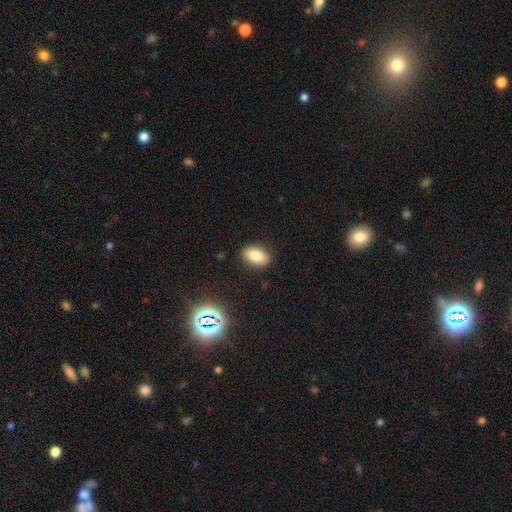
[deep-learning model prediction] smooth_or_featured: smooth (p=0.81) [alt: star or artifact p=0.10]
how_rounded: in between (p=0.89) [alt: round p=0.09]
merging: none (p=0.86) [alt: minor disturbance p=0.10]